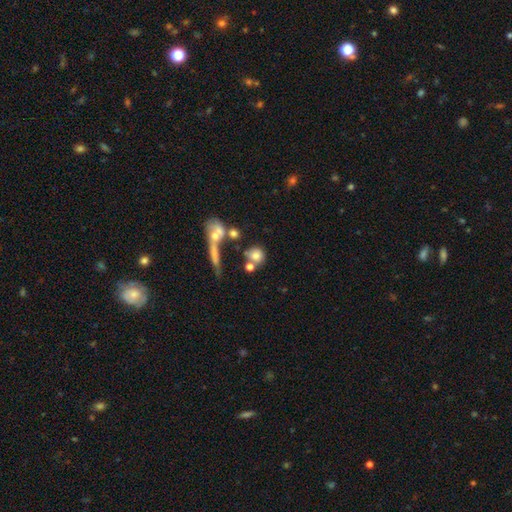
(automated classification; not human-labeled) Q: Smooth or featured?
A: smooth (71%); runner-up: featured or disk (17%)
Q: How rounded?
A: round (78%); runner-up: in between (18%)
Q: Merging?
A: none (44%); runner-up: merger (34%)